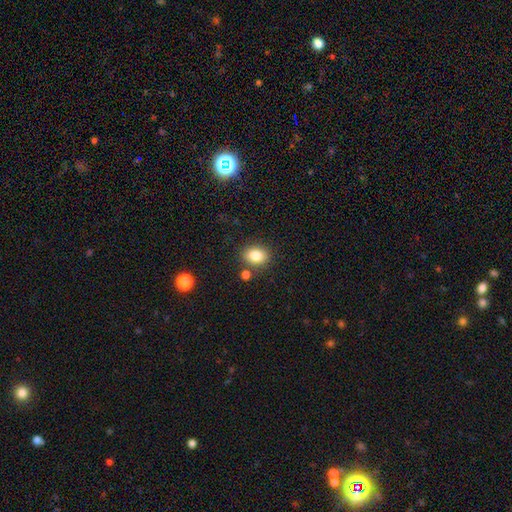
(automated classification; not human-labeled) smooth-or-featured: smooth: 83% | star or artifact: 10% | featured or disk: 7%
  how-rounded: in between: 55% | round: 44% | cigar-shaped: 1%
  merging: none: 79% | minor disturbance: 10% | merger: 8% | major disturbance: 3%